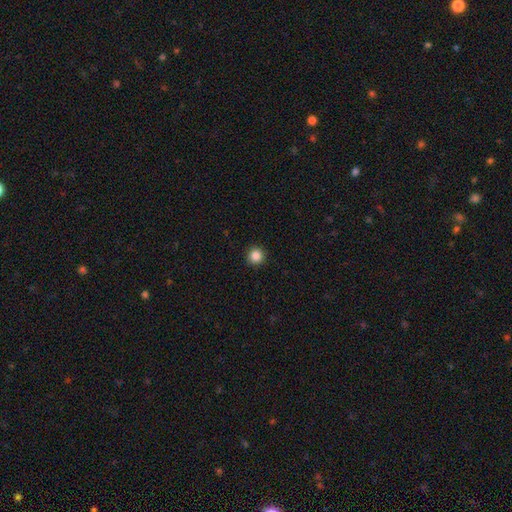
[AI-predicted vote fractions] Morphology: type=smooth (86%); roundness=round (96%); merging=none (93%).